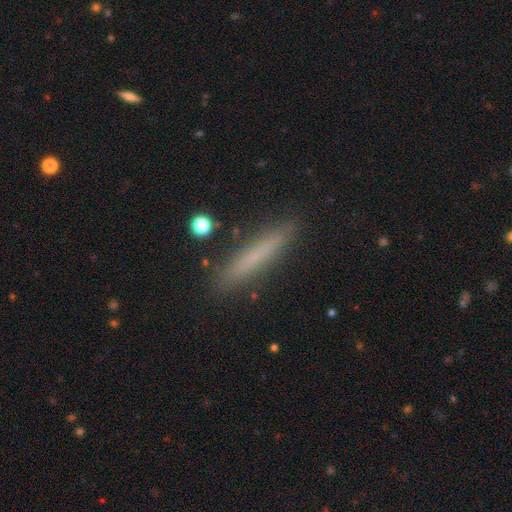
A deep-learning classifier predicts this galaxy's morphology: Smooth or featured?
  - smooth: 68% *
  - featured or disk: 24%
  - star or artifact: 8%
How rounded?
  - cigar-shaped: 93% *
  - in between: 5%
  - round: 1%
Merging?
  - none: 88% *
  - minor disturbance: 8%
  - major disturbance: 2%
  - merger: 2%